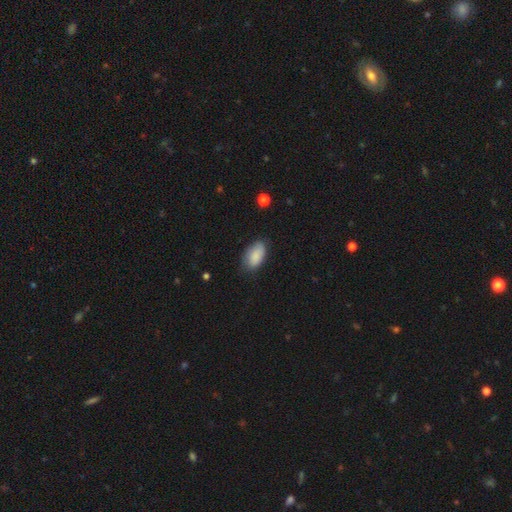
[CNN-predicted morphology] smooth_or_featured: smooth (p=0.86) [alt: featured or disk p=0.08]
how_rounded: in between (p=0.94) [alt: round p=0.04]
merging: none (p=0.71) [alt: minor disturbance p=0.23]